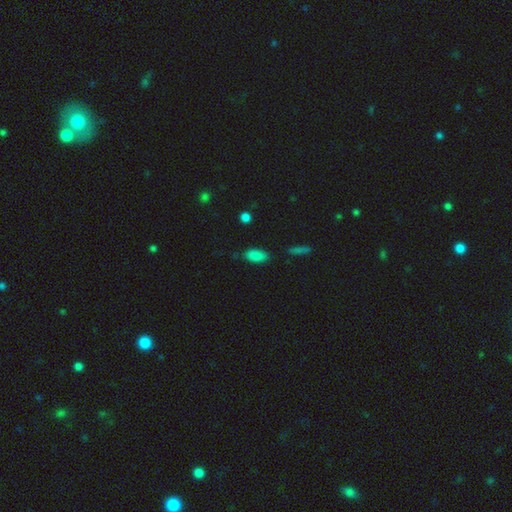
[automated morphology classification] The model was most divided on "merging": none: 79%, minor disturbance: 15%, major disturbance: 3%, merger: 3%. More confident: how rounded — in between (89%); smooth or featured — smooth (86%).